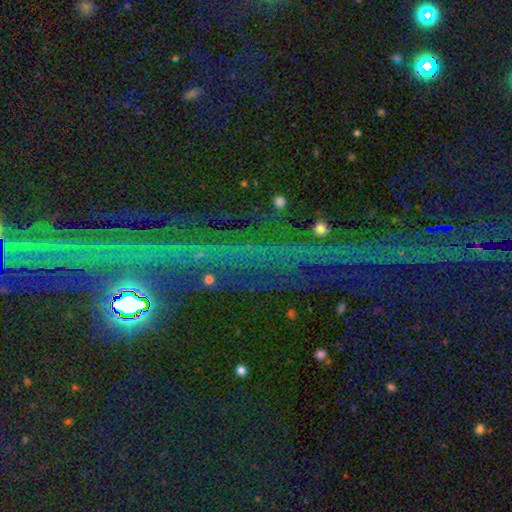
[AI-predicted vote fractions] smooth-or-featured: star or artifact: 83% | featured or disk: 10% | smooth: 8%